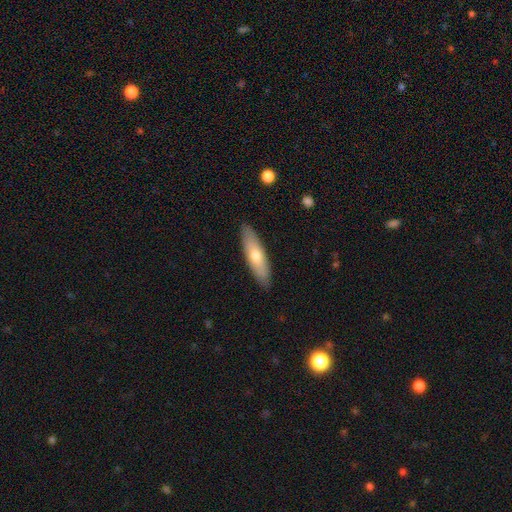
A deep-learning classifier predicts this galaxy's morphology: Q: Smooth or featured?
A: smooth (64%); runner-up: featured or disk (31%)
Q: How rounded?
A: cigar-shaped (65%); runner-up: in between (33%)
Q: Merging?
A: none (89%); runner-up: minor disturbance (9%)